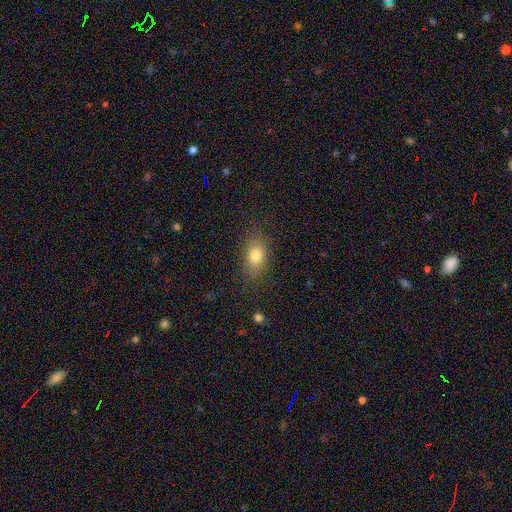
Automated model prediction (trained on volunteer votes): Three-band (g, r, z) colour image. It shows a smooth galaxy with no disk features (80%) that is in between round and cigar-shaped (82%). Merging: none (81%).